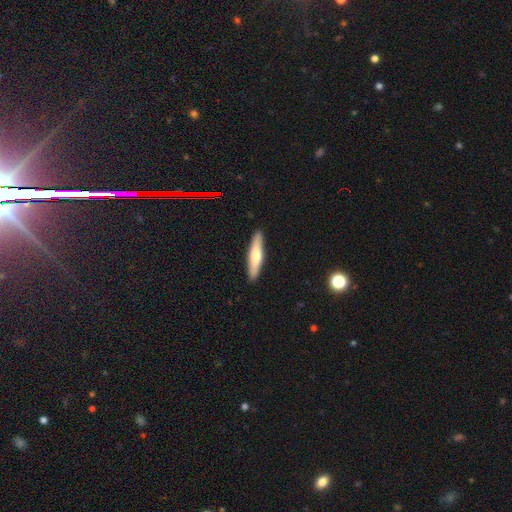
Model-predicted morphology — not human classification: This is likely a smooth galaxy (61%). How rounded: clearly cigar-shaped (84%). Merging: clearly none (91%).